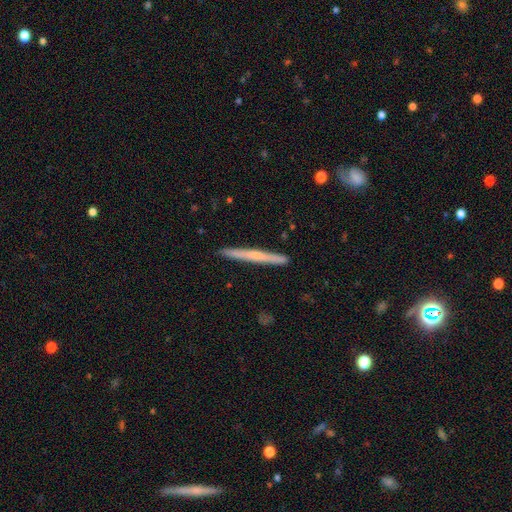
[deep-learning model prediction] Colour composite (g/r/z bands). It shows a featured or disk galaxy (56%) viewed edge-on (97%) with no central bulge (52%). Merging: none (91%).